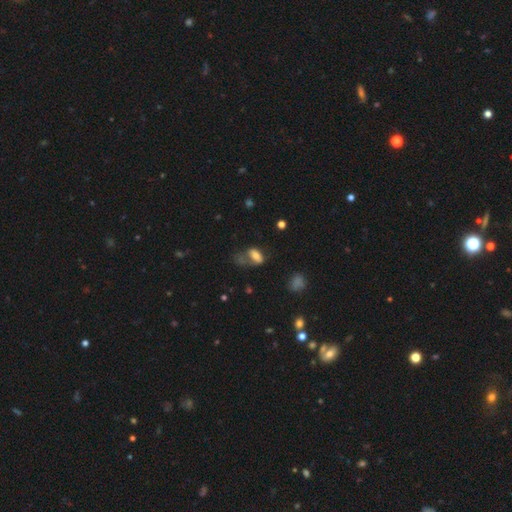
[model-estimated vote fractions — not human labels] Smooth or featured: smooth — 68% (featured or disk — 21%)
How rounded: in between — 86% (round — 9%)
Merging: major disturbance — 42% (none — 24%)